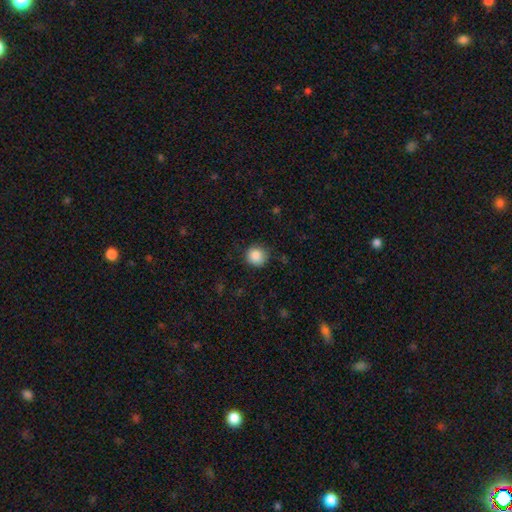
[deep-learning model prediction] This appears to be a smooth galaxy with no disk features (87%) that is round (93%). Merging: none (85%).